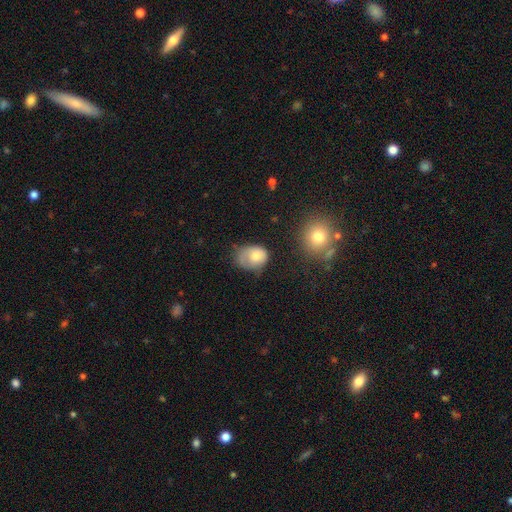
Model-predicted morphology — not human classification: The model was most divided on "merging": minor disturbance: 36%, none: 31%, major disturbance: 29%, merger: 4%. More confident: smooth or featured — smooth (70%); how rounded — in between (59%).